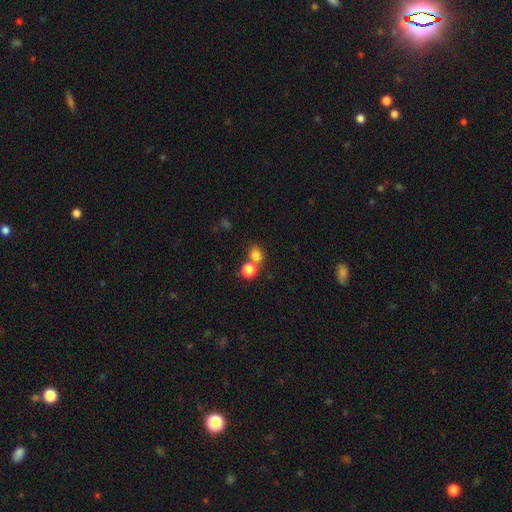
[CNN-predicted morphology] A smooth galaxy with no disk features (78%) that is round (73%). Merging: none (54%).